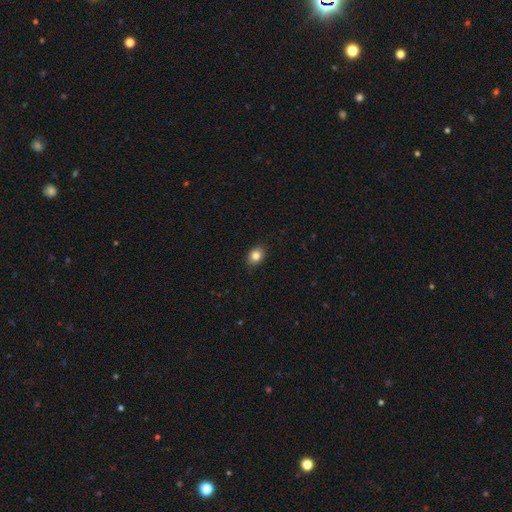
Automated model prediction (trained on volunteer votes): Q: Smooth or featured?
A: smooth (83%); runner-up: star or artifact (10%)
Q: How rounded?
A: in between (60%); runner-up: round (39%)
Q: Merging?
A: none (87%); runner-up: minor disturbance (10%)